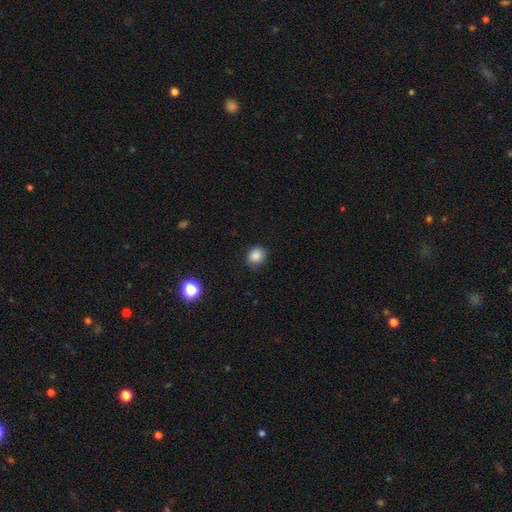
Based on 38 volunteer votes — Morphology: type=smooth (89%); roundness=round (74%); merging=none (86%).